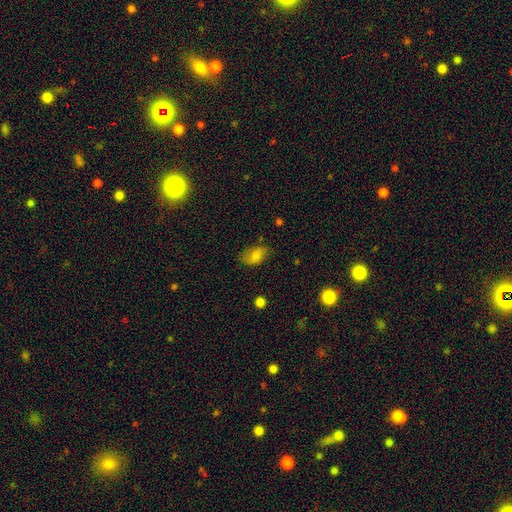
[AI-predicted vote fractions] A smooth galaxy with no disk features (74%) that is in between round and cigar-shaped (89%). Merging: none (65%).